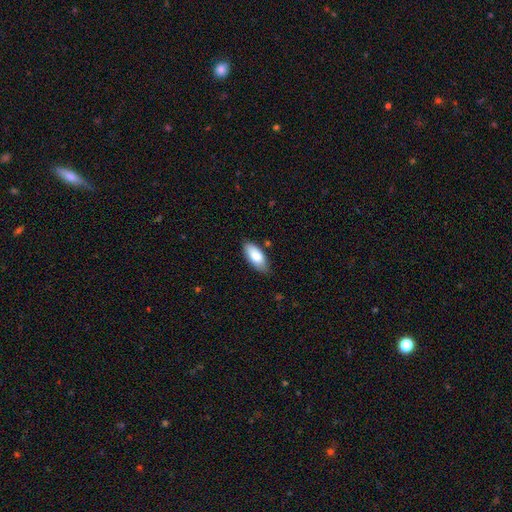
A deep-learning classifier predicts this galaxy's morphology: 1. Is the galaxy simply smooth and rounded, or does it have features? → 85% smooth, 9% featured or disk, 6% star or artifact.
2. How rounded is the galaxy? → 88% in between, 10% cigar-shaped, 2% round.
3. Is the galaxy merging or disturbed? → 75% none, 21% minor disturbance, 3% major disturbance, 2% merger.